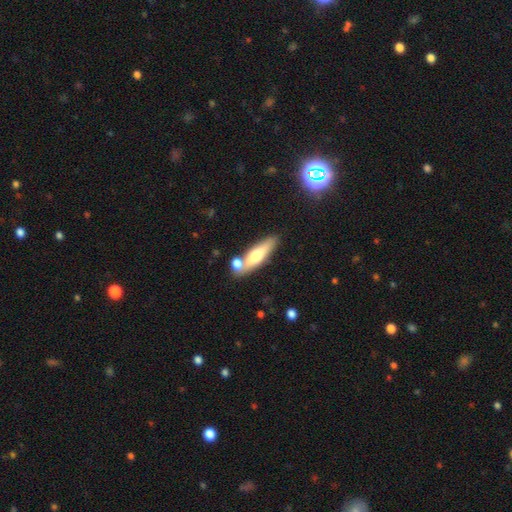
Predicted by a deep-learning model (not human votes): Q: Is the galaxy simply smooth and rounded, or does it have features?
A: smooth — 61%.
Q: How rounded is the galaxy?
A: cigar-shaped — 60%.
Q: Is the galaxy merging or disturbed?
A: none — 61%.